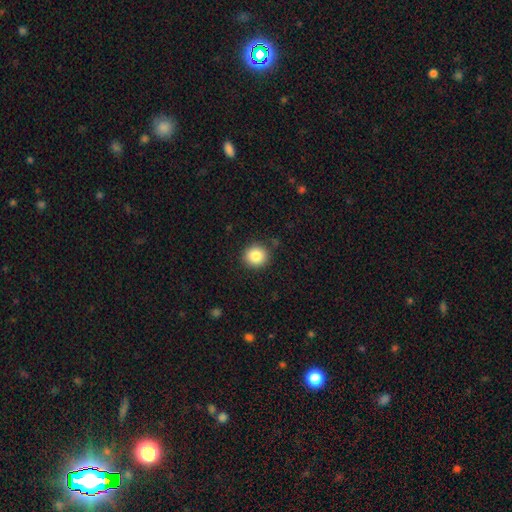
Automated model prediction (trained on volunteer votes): smooth_or_featured: smooth (p=0.84) [alt: star or artifact p=0.09]
how_rounded: round (p=0.89) [alt: in between p=0.10]
merging: none (p=0.87) [alt: minor disturbance p=0.09]